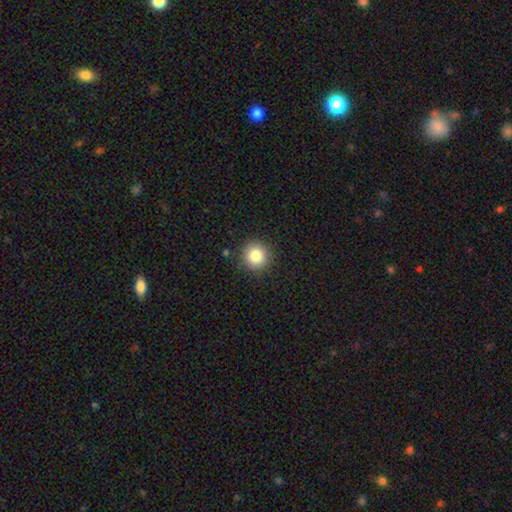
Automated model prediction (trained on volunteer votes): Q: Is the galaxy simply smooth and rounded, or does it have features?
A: smooth — 83%.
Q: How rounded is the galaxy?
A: round — 93%.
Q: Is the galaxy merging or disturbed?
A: none — 90%.